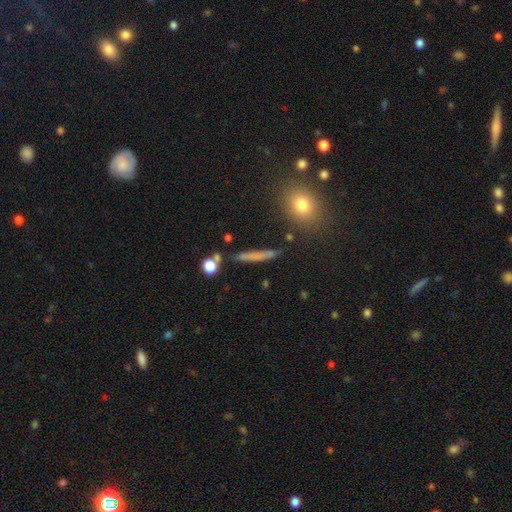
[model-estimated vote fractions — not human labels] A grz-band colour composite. It shows a smooth galaxy with no disk features (61%) that is cigar-shaped (88%). Merging: none (83%).